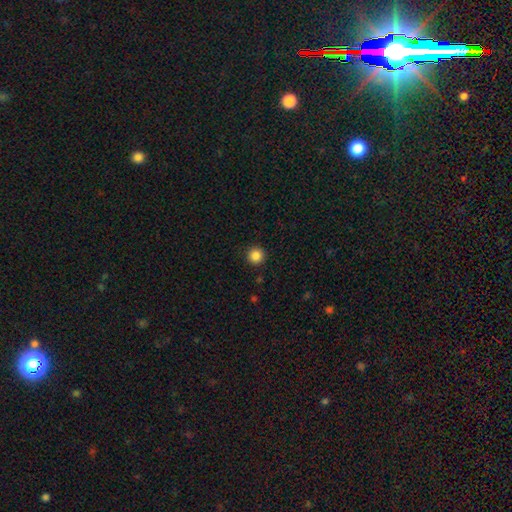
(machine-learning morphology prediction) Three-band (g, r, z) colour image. It shows a smooth galaxy with no disk features (86%) that is round (96%). Merging: none (93%).